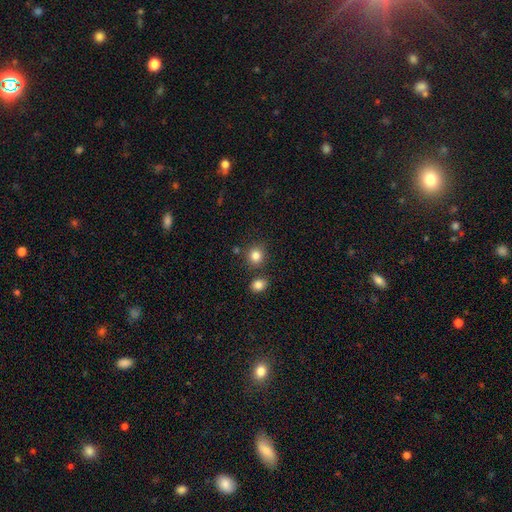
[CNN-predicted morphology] Overall: smooth (84%). How rounded: round (86%). Merging: none (80%).